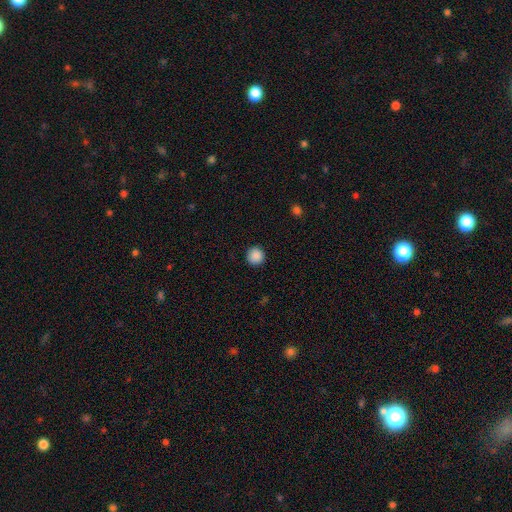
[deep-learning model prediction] Smooth or featured? smooth (89%)
How rounded? round (95%)
Merging? none (92%)